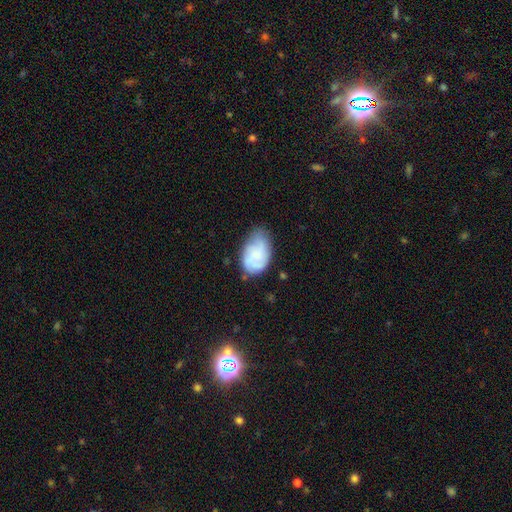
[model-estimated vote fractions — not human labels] This appears to be a smooth galaxy with no disk features (61%) that is in between round and cigar-shaped (86%). Merging: none (49%).